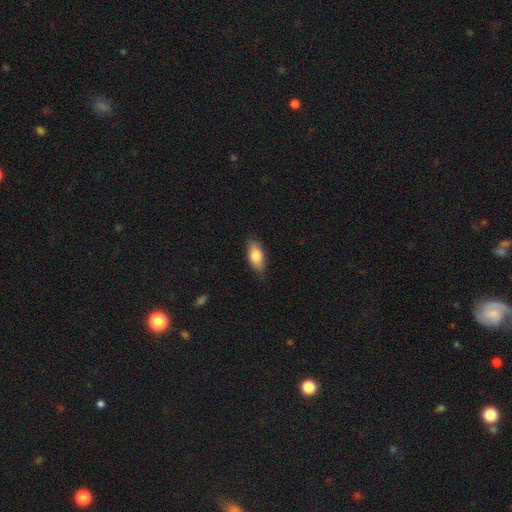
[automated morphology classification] Q: Smooth or featured?
A: smooth (81%); runner-up: featured or disk (13%)
Q: How rounded?
A: in between (86%); runner-up: cigar-shaped (11%)
Q: Merging?
A: none (81%); runner-up: minor disturbance (15%)